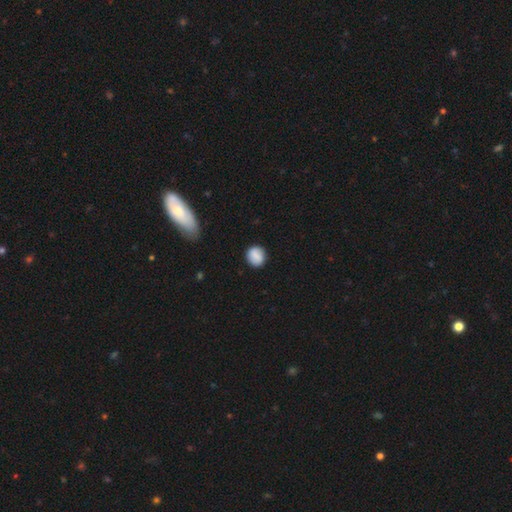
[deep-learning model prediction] Morphology: type=smooth (82%); roundness=round (81%); merging=none (87%).